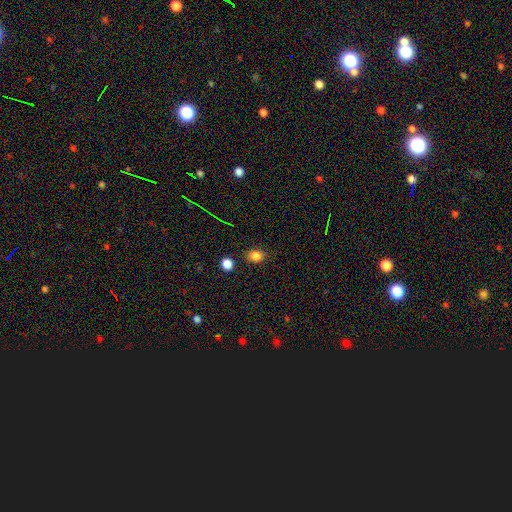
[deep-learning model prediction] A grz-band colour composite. It shows a smooth galaxy with no disk features (82%) that is in between round and cigar-shaped (51%). Merging: none (82%).